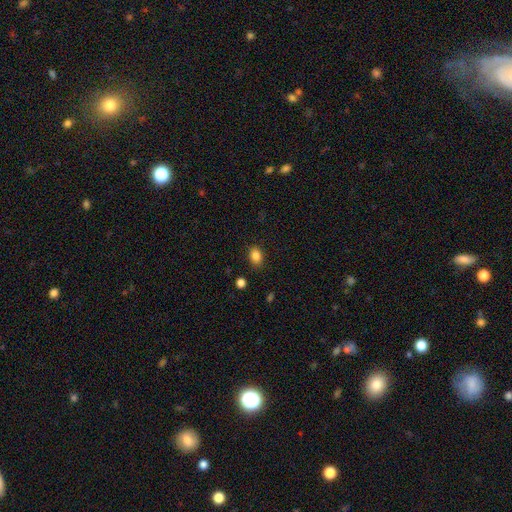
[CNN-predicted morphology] Smooth or featured?
  - smooth: 85% *
  - star or artifact: 10%
  - featured or disk: 5%
How rounded?
  - in between: 72% *
  - round: 27%
  - cigar-shaped: 1%
Merging?
  - none: 86% *
  - minor disturbance: 10%
  - major disturbance: 3%
  - merger: 2%